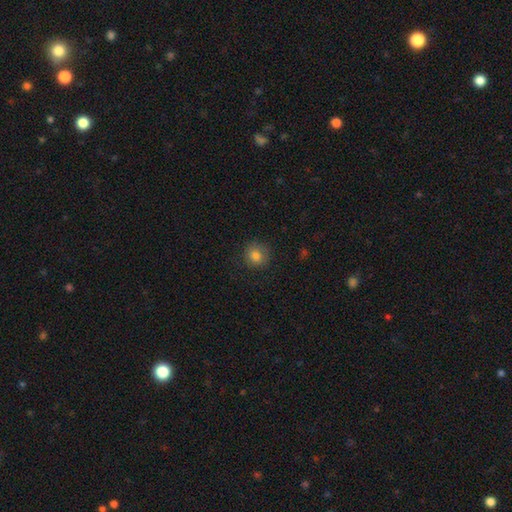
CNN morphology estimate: Smooth or featured? Predicted: smooth (p=0.82). How rounded? Predicted: round (p=0.90). Merging? Predicted: none (p=0.83).